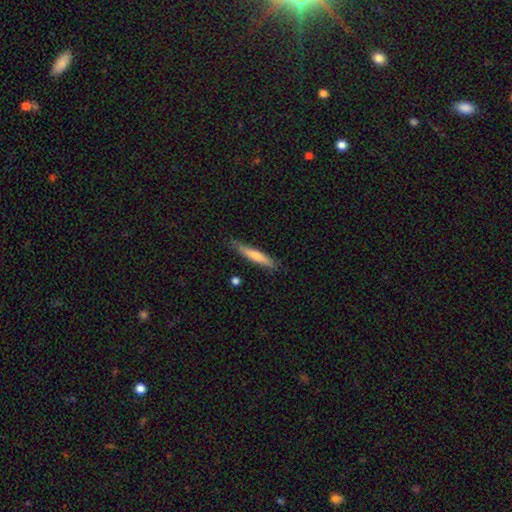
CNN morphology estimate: smooth-or-featured: smooth: 56% | featured or disk: 38% | star or artifact: 6%
  how-rounded: cigar-shaped: 93% | in between: 6% | round: 1%
  merging: none: 82% | minor disturbance: 14% | major disturbance: 2% | merger: 2%